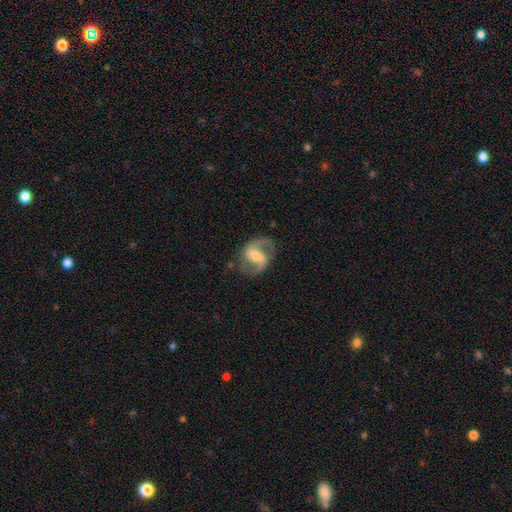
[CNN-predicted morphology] Smooth or featured?
  - featured or disk: 89% *
  - smooth: 6%
  - star or artifact: 5%
Edge-on disk?
  - no: 98% *
  - yes: 2%
Bar?
  - weak: 46% *
  - strong: 33%
  - no: 22%
Spiral arms?
  - yes: 97% *
  - no: 3%
Spiral winding?
  - medium: 56% *
  - loose: 32%
  - tight: 12%
Spiral arm count?
  - 2: 93% *
  - can't tell: 2%
  - 1: 2%
  - 3: 1%
  - 4: 1%
  - more than 4: 1%
Bulge size?
  - moderate: 45% *
  - small: 41%
  - none: 7%
  - large: 6%
  - dominant: 1%
Merging?
  - none: 78% *
  - minor disturbance: 14%
  - major disturbance: 7%
  - merger: 2%